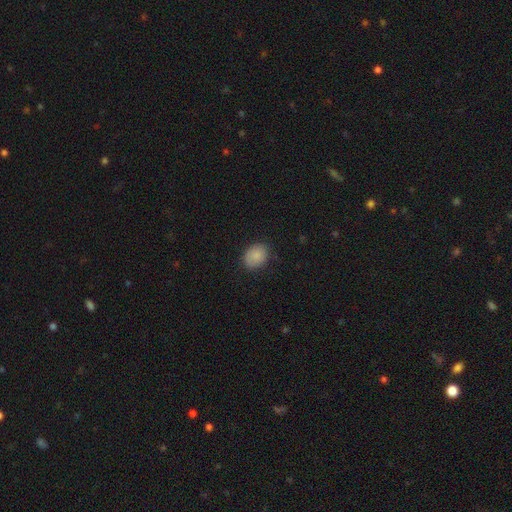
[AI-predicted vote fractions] Smooth or featured? smooth (86%)
How rounded? in between (56%)
Merging? none (81%)